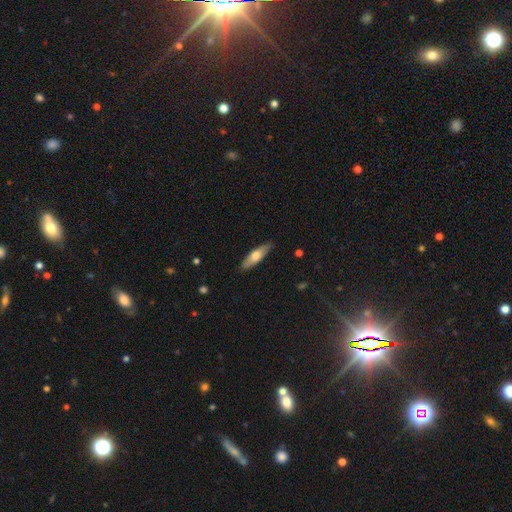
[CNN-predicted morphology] smooth_or_featured: smooth (p=0.63) [alt: featured or disk p=0.31]
how_rounded: cigar-shaped (p=0.58) [alt: in between p=0.40]
merging: none (p=0.87) [alt: minor disturbance p=0.10]